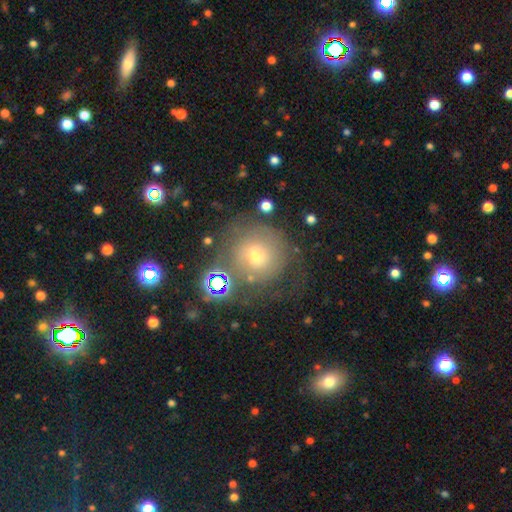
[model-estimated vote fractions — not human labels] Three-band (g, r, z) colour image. It shows a smooth galaxy with no disk features (49%). Merging: none (56%).